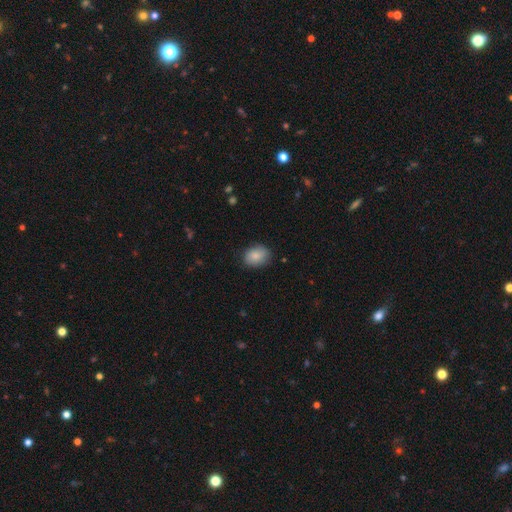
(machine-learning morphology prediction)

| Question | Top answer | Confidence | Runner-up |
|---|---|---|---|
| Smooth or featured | smooth | 86% | star or artifact (7%) |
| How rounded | in between | 70% | round (29%) |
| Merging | none | 80% | minor disturbance (15%) |